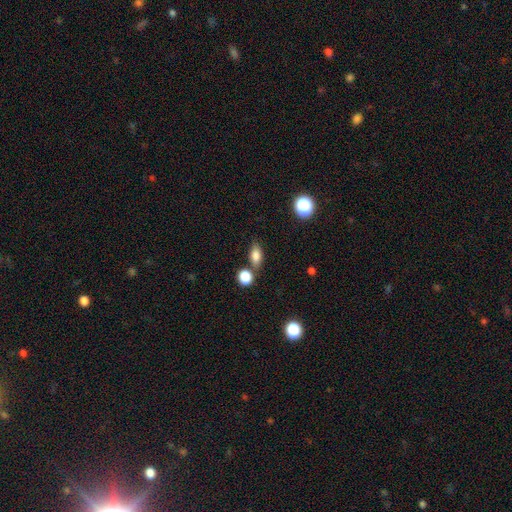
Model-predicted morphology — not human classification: Smooth or featured? Predicted: smooth (p=0.81). How rounded? Predicted: in between (p=0.80). Merging? Predicted: none (p=0.71).